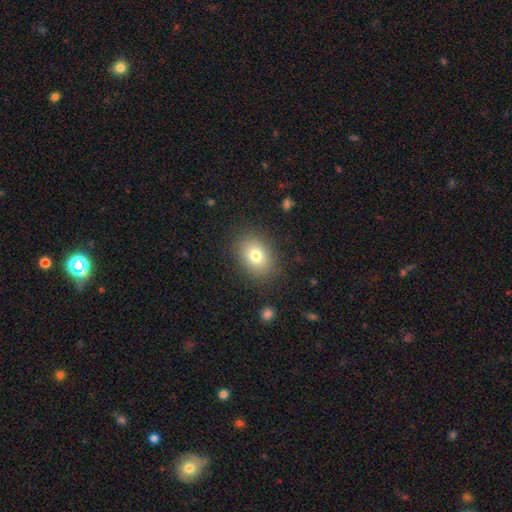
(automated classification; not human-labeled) This appears to be a smooth galaxy with no disk features (78%) that is in between round and cigar-shaped (62%). Merging: none (86%).